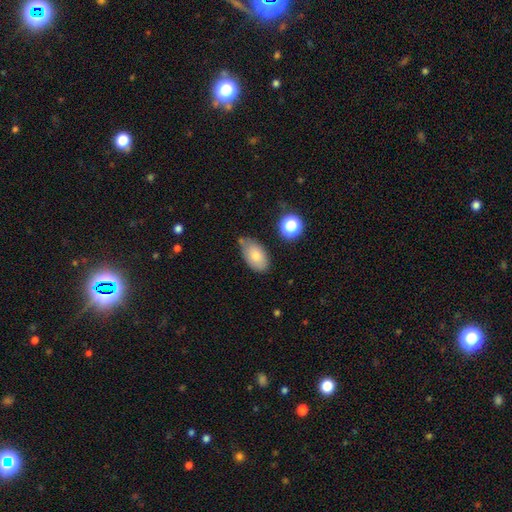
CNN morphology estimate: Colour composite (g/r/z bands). It shows a smooth galaxy with no disk features (77%) that is in between round and cigar-shaped (92%). Merging: none (62%).